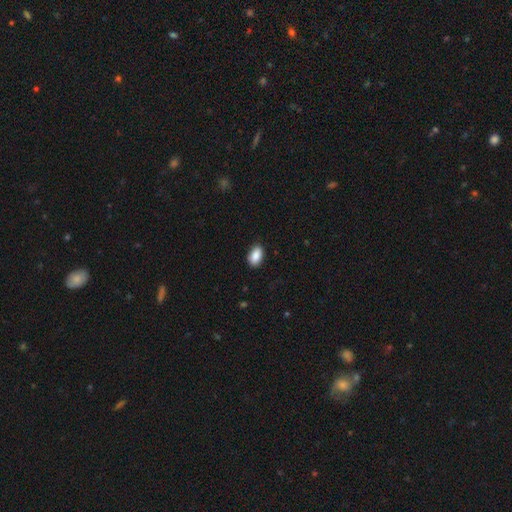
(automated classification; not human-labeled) Smooth or featured? smooth (89%)
How rounded? in between (92%)
Merging? none (87%)